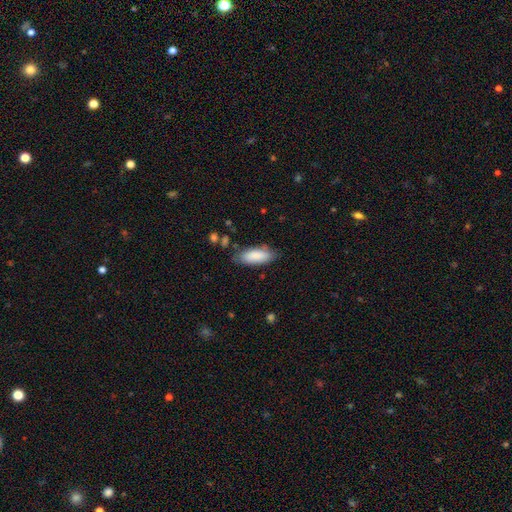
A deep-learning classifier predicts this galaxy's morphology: A smooth galaxy with no disk features (86%) that is in between round and cigar-shaped (77%). Merging: none (78%).